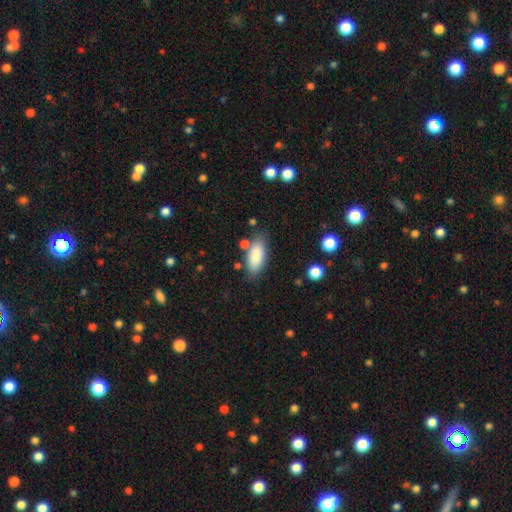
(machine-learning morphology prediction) smooth 87%, featured or disk 7%, star or artifact 7%. Down the decision tree: how rounded — in between (86%); merging — none (74%).